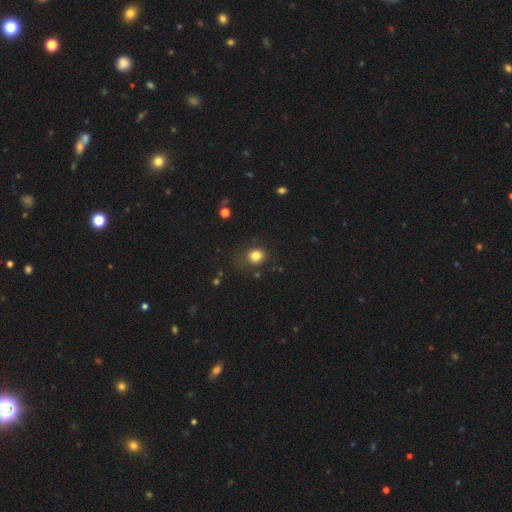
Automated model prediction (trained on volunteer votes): This is clearly a smooth galaxy (81%). How rounded: likely round (72%). Merging: likely none (74%).